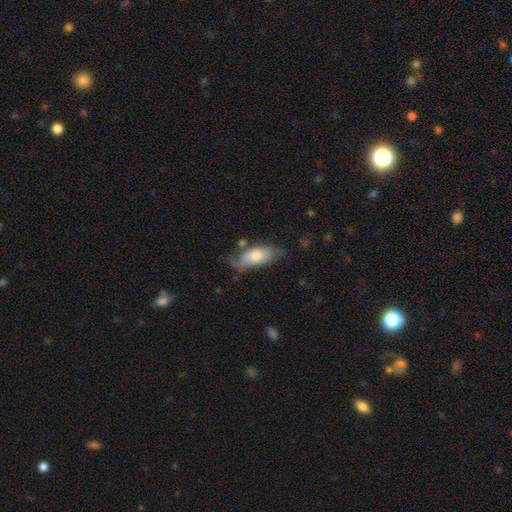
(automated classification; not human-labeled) smooth_or_featured: smooth (p=0.68) [alt: featured or disk p=0.26]
how_rounded: in between (p=0.81) [alt: cigar-shaped p=0.16]
merging: none (p=0.54) [alt: minor disturbance p=0.29]